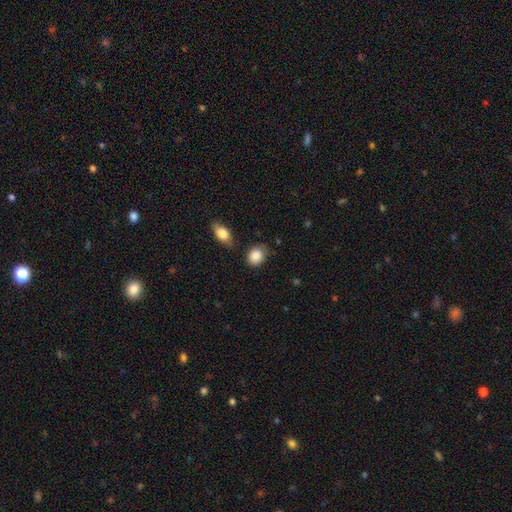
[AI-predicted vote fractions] Smooth or featured?
  - smooth: 88% *
  - star or artifact: 7%
  - featured or disk: 5%
How rounded?
  - in between: 53% *
  - round: 45%
  - cigar-shaped: 1%
Merging?
  - none: 69% *
  - minor disturbance: 22%
  - major disturbance: 4%
  - merger: 4%